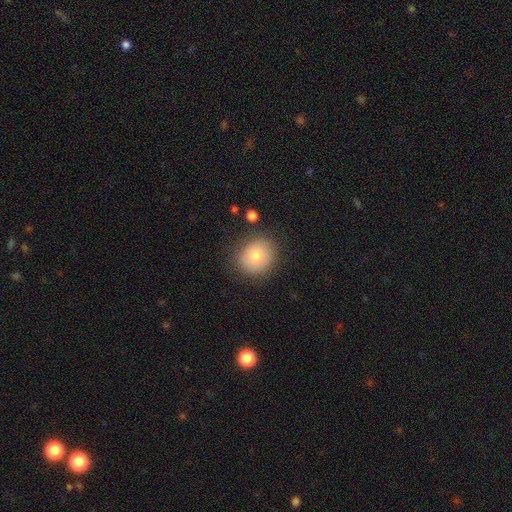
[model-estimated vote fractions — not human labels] Smooth or featured: smooth — 76% (featured or disk — 14%)
How rounded: round — 74% (in between — 25%)
Merging: none — 80% (minor disturbance — 14%)